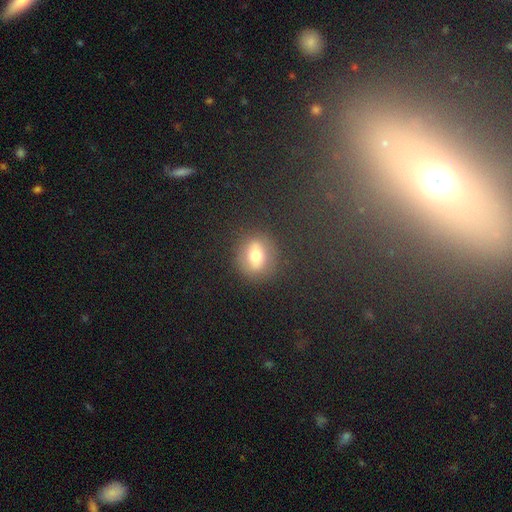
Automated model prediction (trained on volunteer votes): Overall: smooth (62%; featured or disk 24%). How rounded: round (58%; in between 38%). Merging: none (84%).